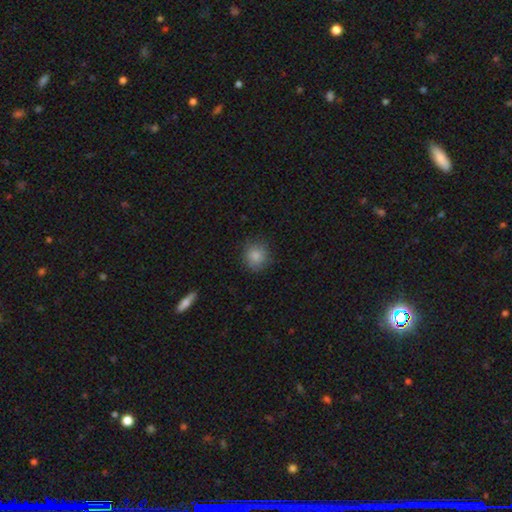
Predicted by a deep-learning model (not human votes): Smooth or featured? smooth (84%)
How rounded? round (88%)
Merging? none (85%)